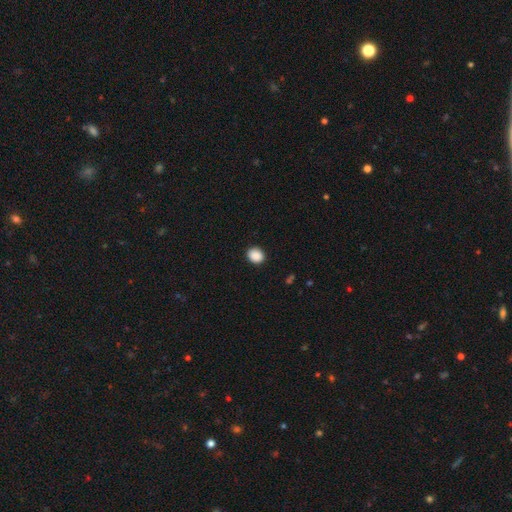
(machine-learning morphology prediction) Smooth or featured: smooth — 90% (star or artifact — 8%)
How rounded: round — 62% (in between — 37%)
Merging: none — 91% (minor disturbance — 7%)